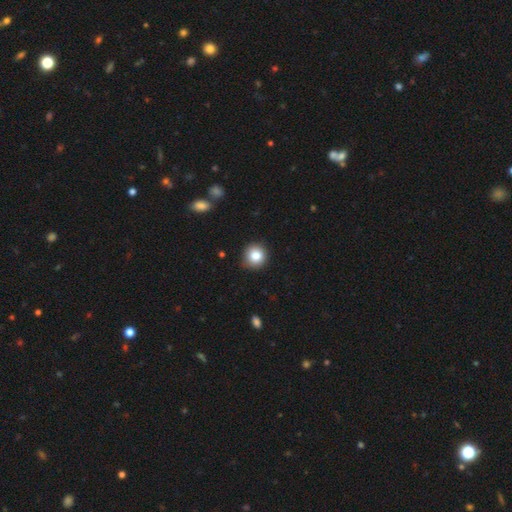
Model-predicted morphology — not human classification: Smooth or featured?
  - smooth: 83% *
  - star or artifact: 10%
  - featured or disk: 7%
How rounded?
  - round: 90% *
  - in between: 9%
  - cigar-shaped: 1%
Merging?
  - none: 86% *
  - minor disturbance: 11%
  - major disturbance: 2%
  - merger: 1%